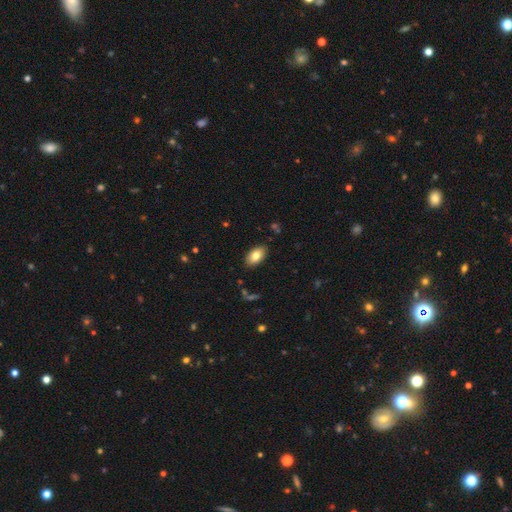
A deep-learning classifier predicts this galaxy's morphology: Q: Smooth or featured?
A: smooth (82%); runner-up: featured or disk (11%)
Q: How rounded?
A: in between (94%); runner-up: round (4%)
Q: Merging?
A: none (88%); runner-up: minor disturbance (9%)